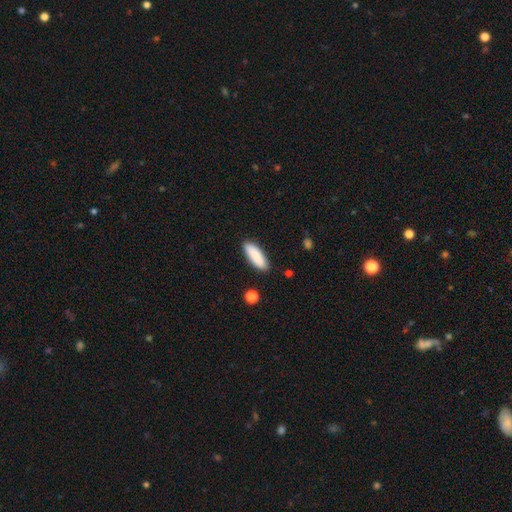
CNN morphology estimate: type=smooth (88%); roundness=in between (63%); merging=none (87%).